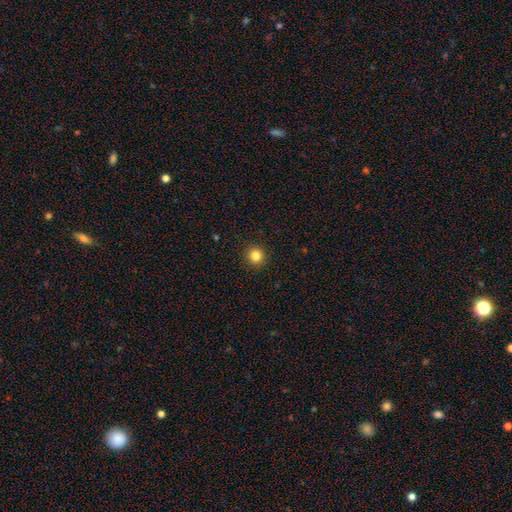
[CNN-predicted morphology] Smooth or featured? smooth (84%)
How rounded? round (95%)
Merging? none (93%)